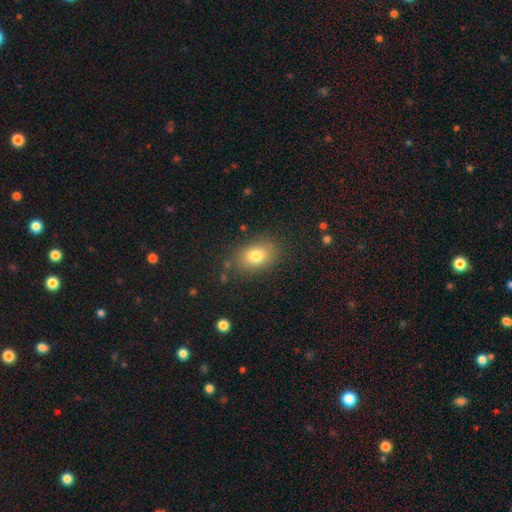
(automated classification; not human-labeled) Overall: smooth (78%). How rounded: in between (77%). Merging: none (82%).